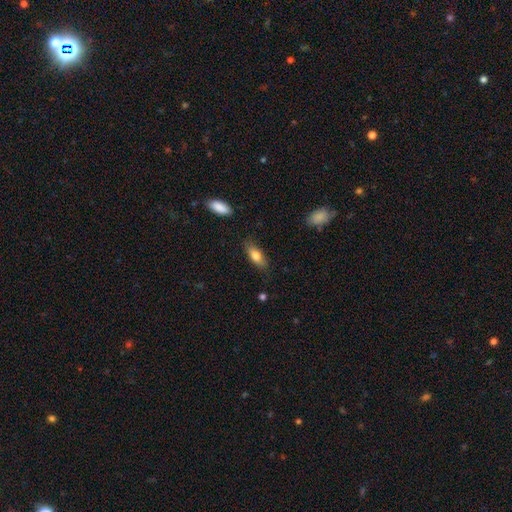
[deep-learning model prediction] A smooth galaxy with no disk features (78%) that is in between round and cigar-shaped (78%).

Vote fractions:
- Smooth or featured? smooth: 78% / featured or disk: 15% / star or artifact: 7%
- How rounded? in between: 78% / cigar-shaped: 18% / round: 3%
- Merging? none: 80% / minor disturbance: 15% / major disturbance: 3% / merger: 2%